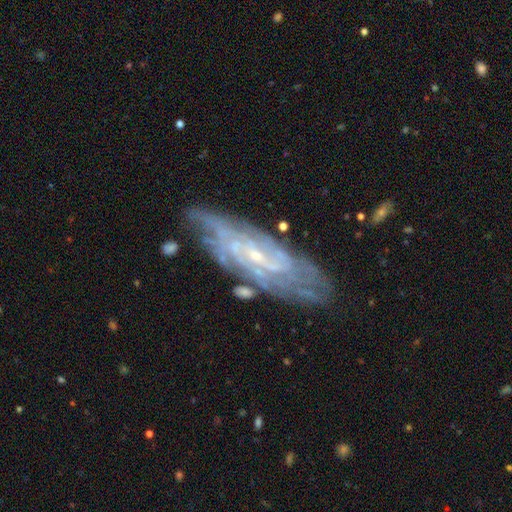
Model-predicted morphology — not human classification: A featured or disk galaxy (83%) with no bar (43%), tight (60%) spiral arms (93%) and a small central bulge (81%).

Vote fractions:
- Smooth or featured? featured or disk: 83% / smooth: 9% / star or artifact: 7%
- Edge-on disk? no: 85% / yes: 15%
- Bar? no: 43% / weak: 40% / strong: 17%
- Spiral arms? yes: 93% / no: 7%
- Spiral winding? tight: 60% / medium: 31% / loose: 9%
- Spiral arm count? can't tell: 42% / 2: 17% / 4: 14% / 3: 13% / more than 4: 8% / 1: 6%
- Bulge size? small: 81% / moderate: 11% / none: 5% / large: 1% / dominant: 1%
- Merging? none: 74% / minor disturbance: 17% / major disturbance: 6% / merger: 3%